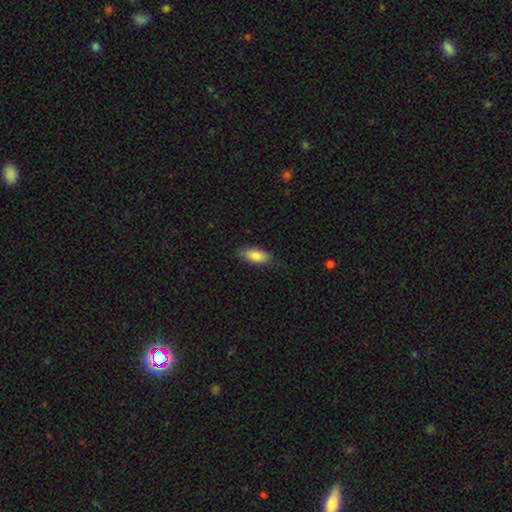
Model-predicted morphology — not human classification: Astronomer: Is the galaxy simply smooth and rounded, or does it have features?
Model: smooth — 85%.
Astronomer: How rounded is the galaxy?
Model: in between — 85%.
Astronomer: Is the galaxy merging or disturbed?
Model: none — 81%.